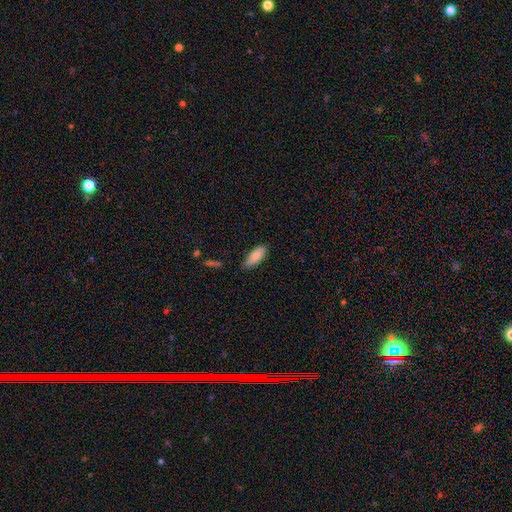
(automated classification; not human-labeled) A smooth galaxy with no disk features (83%) that is in between round and cigar-shaped (82%). Merging: none (77%).